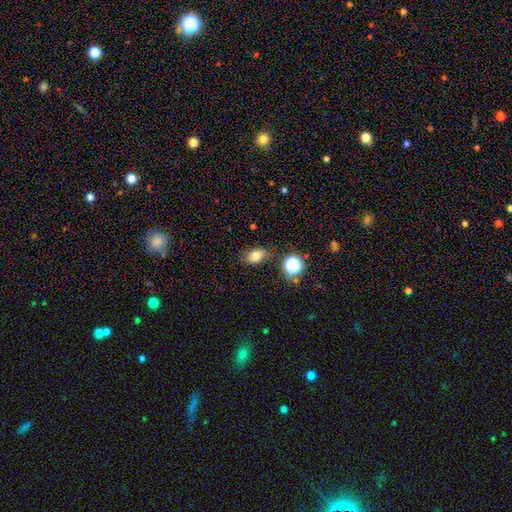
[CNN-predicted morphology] Smooth or featured? smooth (76%)
How rounded? in between (80%)
Merging? none (79%)